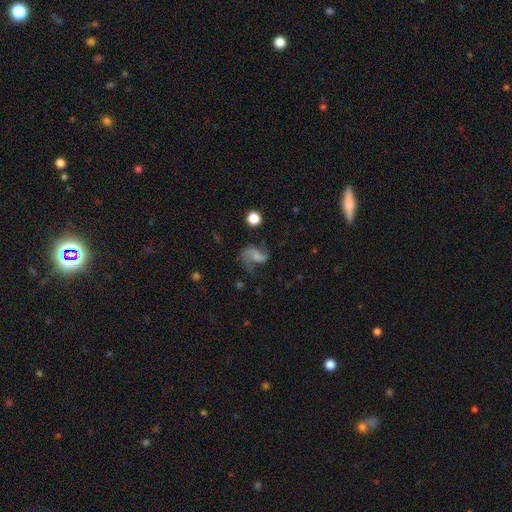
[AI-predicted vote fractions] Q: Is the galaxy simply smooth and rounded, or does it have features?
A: featured or disk — 65%.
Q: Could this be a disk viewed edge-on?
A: no — 98%.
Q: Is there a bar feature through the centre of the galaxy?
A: no — 51%.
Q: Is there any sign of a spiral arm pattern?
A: yes — 89%.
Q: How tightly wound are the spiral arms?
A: loose — 66%.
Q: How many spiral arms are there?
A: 2 — 78%.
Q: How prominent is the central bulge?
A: none — 50%.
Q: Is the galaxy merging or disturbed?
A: none — 48%.